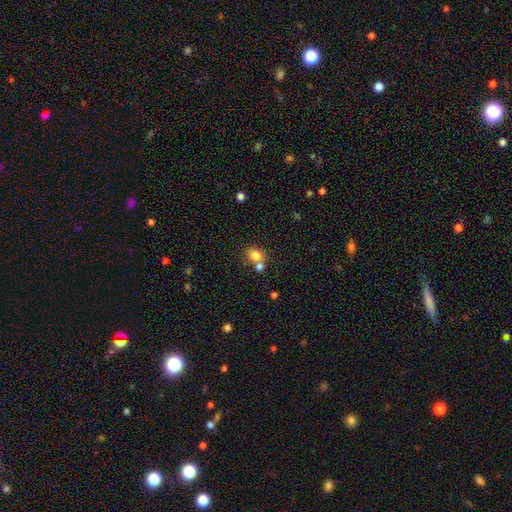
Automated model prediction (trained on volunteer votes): Smooth or featured?
  - smooth: 81% *
  - star or artifact: 11%
  - featured or disk: 8%
How rounded?
  - round: 57% *
  - in between: 42%
  - cigar-shaped: 1%
Merging?
  - none: 56% *
  - merger: 29%
  - minor disturbance: 11%
  - major disturbance: 4%